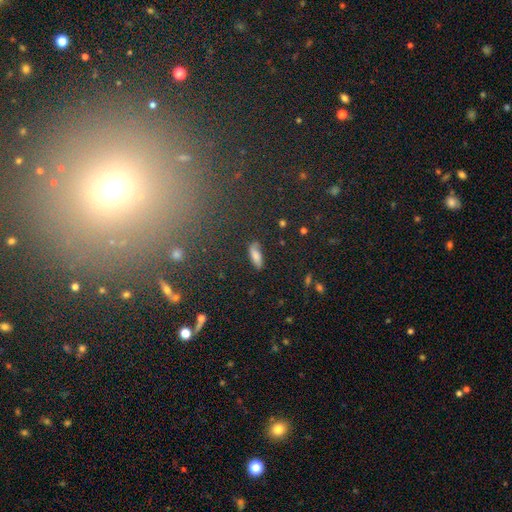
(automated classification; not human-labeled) This appears to be a smooth galaxy with no disk features (75%) that is in between round and cigar-shaped (62%). Merging: none (77%).